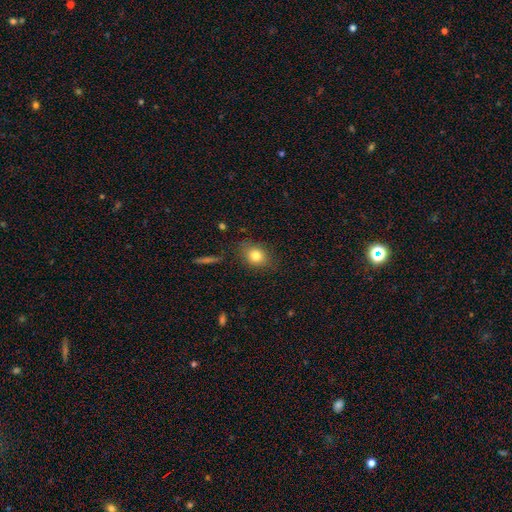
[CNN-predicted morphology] Smooth or featured: smooth — 79% (star or artifact — 11%)
How rounded: round — 52% (in between — 47%)
Merging: none — 79% (minor disturbance — 15%)